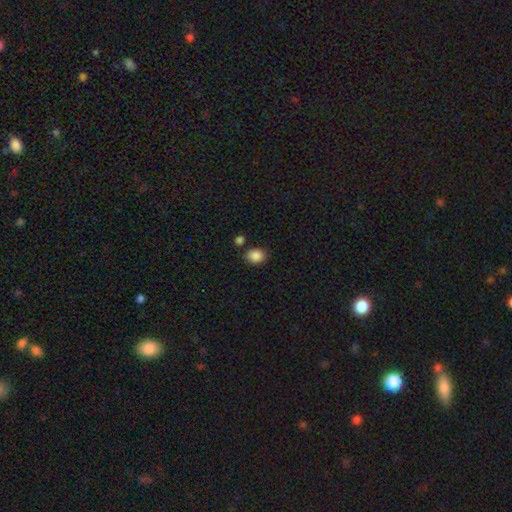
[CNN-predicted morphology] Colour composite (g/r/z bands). It shows a smooth galaxy with no disk features (87%) that is in between round and cigar-shaped (60%). Merging: none (79%).